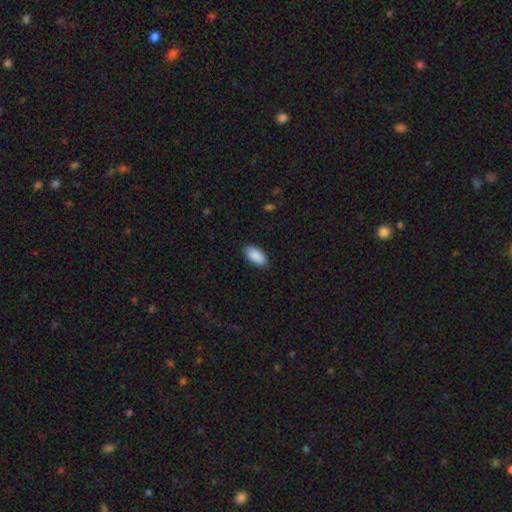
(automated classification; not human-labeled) Overall: smooth (91%). How rounded: in between (94%). Merging: none (89%).